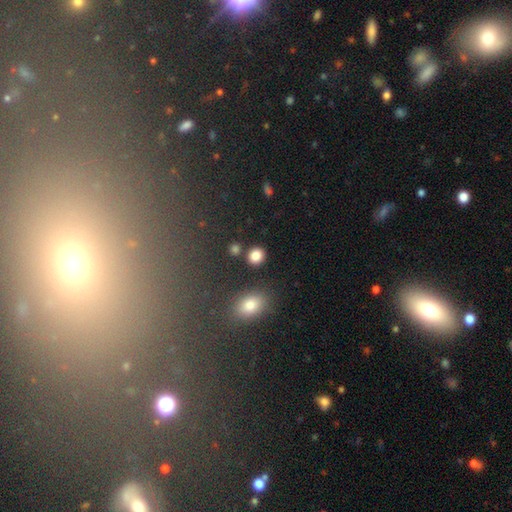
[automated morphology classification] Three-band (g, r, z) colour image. It shows a smooth galaxy with no disk features (85%) that is round (79%). Merging: none (82%).